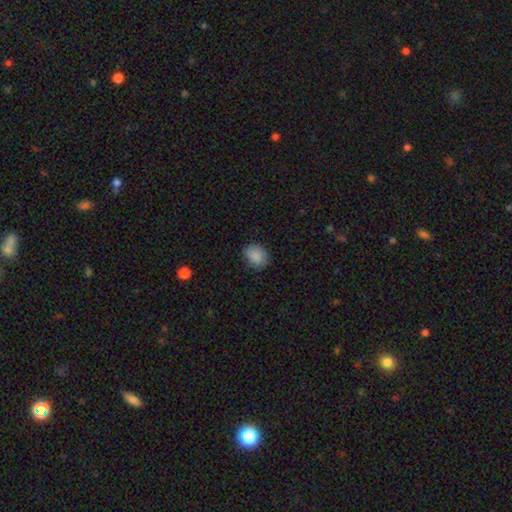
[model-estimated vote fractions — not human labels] smooth 87%, star or artifact 8%, featured or disk 5%. Down the decision tree: how rounded — round (51%); merging — none (79%).